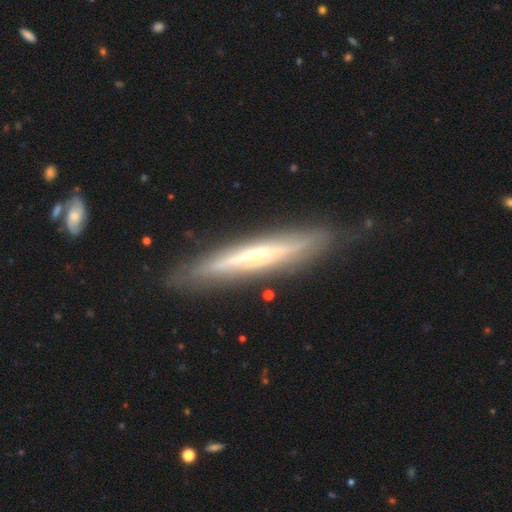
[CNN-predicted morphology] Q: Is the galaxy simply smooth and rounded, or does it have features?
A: featured or disk — 75%.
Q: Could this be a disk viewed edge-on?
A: yes — 85%.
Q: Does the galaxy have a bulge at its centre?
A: rounded — 63%.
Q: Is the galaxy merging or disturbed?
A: none — 81%.